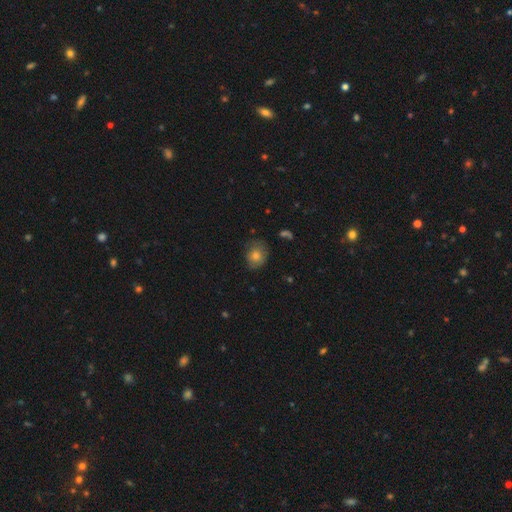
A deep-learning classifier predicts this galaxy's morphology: A smooth galaxy with no disk features (74%) that is round (58%).

Vote fractions:
- Smooth or featured? smooth: 74% / featured or disk: 15% / star or artifact: 11%
- How rounded? round: 58% / in between: 41% / cigar-shaped: 1%
- Merging? none: 68% / minor disturbance: 24% / major disturbance: 6% / merger: 2%